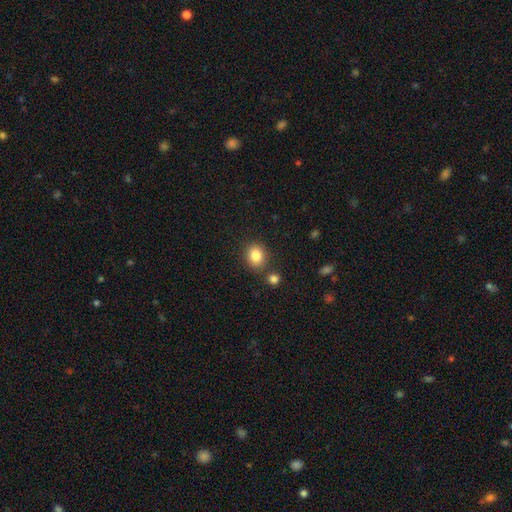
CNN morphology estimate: Smooth or featured? smooth (84%)
How rounded? round (63%)
Merging? none (79%)